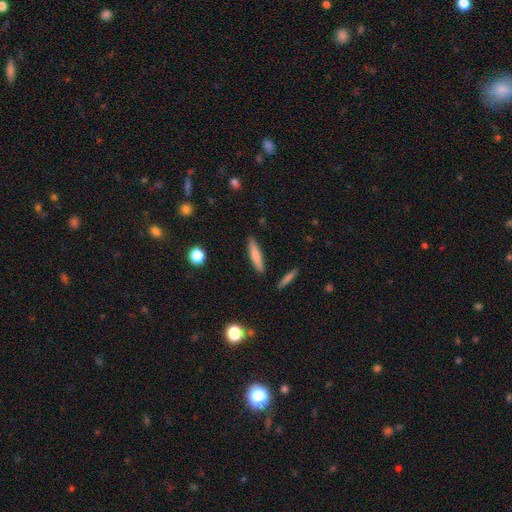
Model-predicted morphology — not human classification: type=smooth (73%); roundness=cigar-shaped (87%); merging=none (88%).